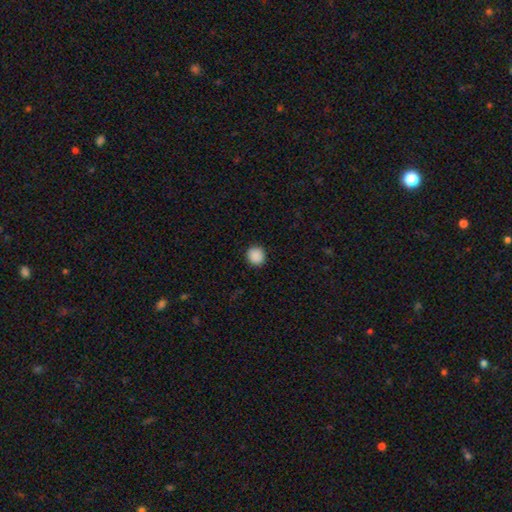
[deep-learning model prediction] The model was most divided on "how rounded": round: 89%, in between: 10%, cigar-shaped: 1%. More confident: merging — none (92%); smooth or featured — smooth (89%).